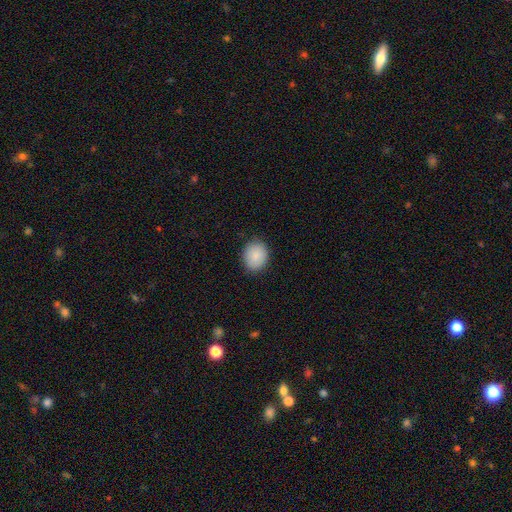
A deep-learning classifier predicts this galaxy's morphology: smooth-or-featured: smooth: 88% | star or artifact: 7% | featured or disk: 5%
  how-rounded: round: 54% | in between: 45% | cigar-shaped: 1%
  merging: none: 85% | minor disturbance: 11% | major disturbance: 3% | merger: 1%